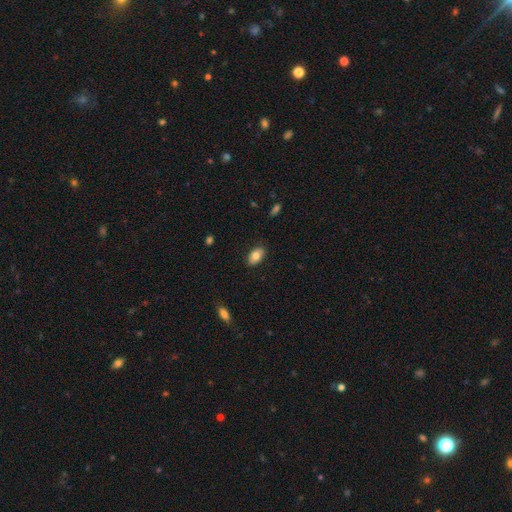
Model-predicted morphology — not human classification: A smooth galaxy with no disk features (79%) that is in between round and cigar-shaped (92%).

Vote fractions:
- Smooth or featured? smooth: 79% / featured or disk: 13% / star or artifact: 7%
- How rounded? in between: 92% / round: 6% / cigar-shaped: 2%
- Merging? none: 86% / minor disturbance: 11% / major disturbance: 2% / merger: 1%